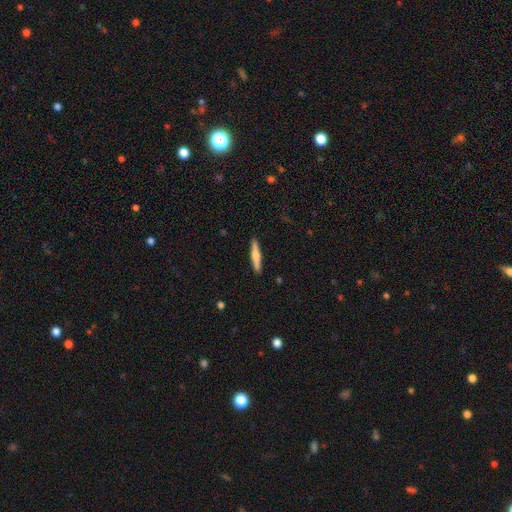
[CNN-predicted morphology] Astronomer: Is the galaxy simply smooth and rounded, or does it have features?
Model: smooth — 54% (runner-up: featured or disk, 40%).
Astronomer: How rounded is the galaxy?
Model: cigar-shaped — 91%.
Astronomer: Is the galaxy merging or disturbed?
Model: none — 91%.